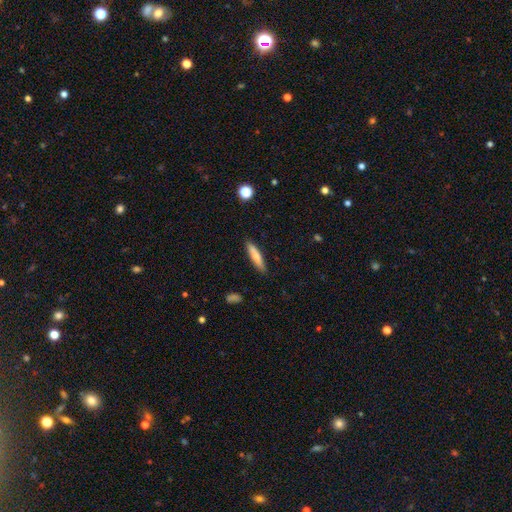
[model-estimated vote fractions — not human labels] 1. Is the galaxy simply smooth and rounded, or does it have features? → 67% smooth, 26% featured or disk, 7% star or artifact.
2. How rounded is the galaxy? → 83% cigar-shaped, 16% in between, 2% round.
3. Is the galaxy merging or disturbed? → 87% none, 10% minor disturbance, 2% major disturbance, 1% merger.